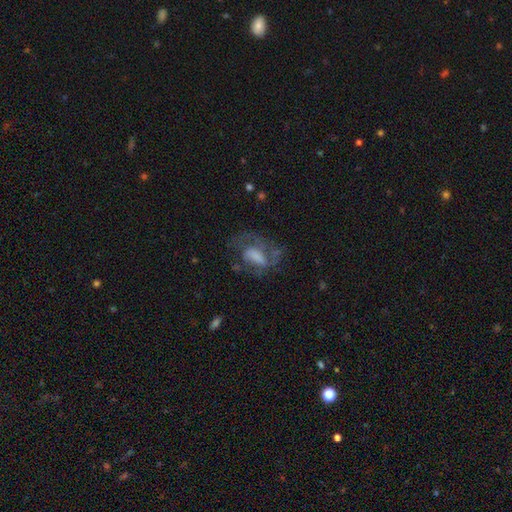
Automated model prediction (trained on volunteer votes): A featured or disk galaxy (63%) with no bar (44%), spiral arms (73%) and no central bulge (31%).

Vote fractions:
- Smooth or featured? featured or disk: 63% / smooth: 25% / star or artifact: 12%
- Edge-on disk? no: 95% / yes: 5%
- Bar? no: 44% / weak: 38% / strong: 18%
- Spiral arms? yes: 73% / no: 27%
- Bulge size? none: 31% / moderate: 26% / large: 22% / small: 19% / dominant: 3%
- Merging? none: 48% / major disturbance: 29% / minor disturbance: 21% / merger: 3%